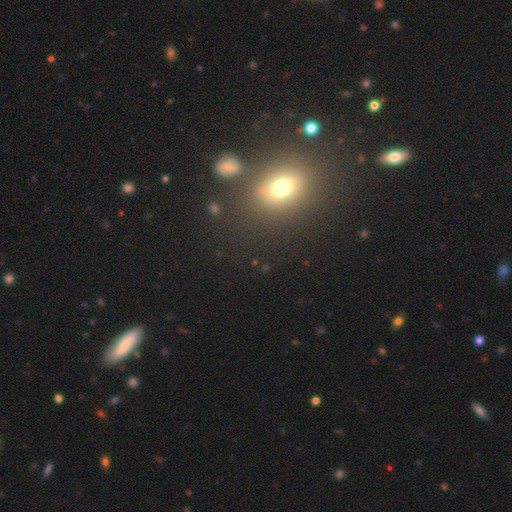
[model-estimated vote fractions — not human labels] Smooth or featured? smooth (58%)
How rounded? in between (54%)
Merging? none (80%)